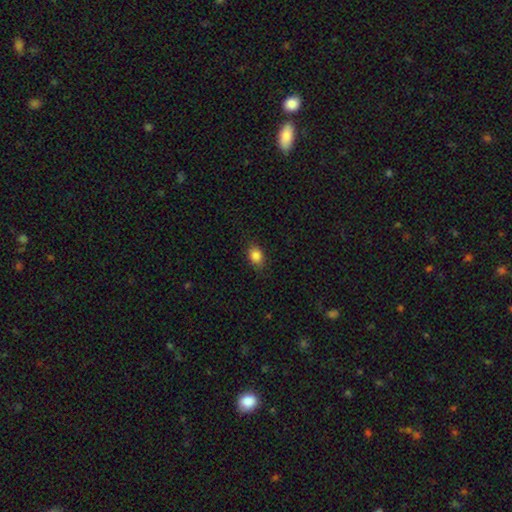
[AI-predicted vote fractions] Morphology: type=smooth (86%); roundness=in between (69%); merging=none (82%).